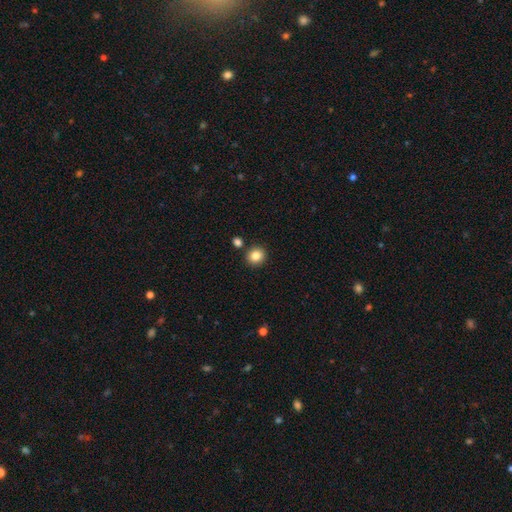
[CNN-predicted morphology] smooth-or-featured: smooth: 84% | star or artifact: 10% | featured or disk: 5%
  how-rounded: round: 87% | in between: 12% | cigar-shaped: 1%
  merging: none: 86% | minor disturbance: 7% | merger: 5% | major disturbance: 2%